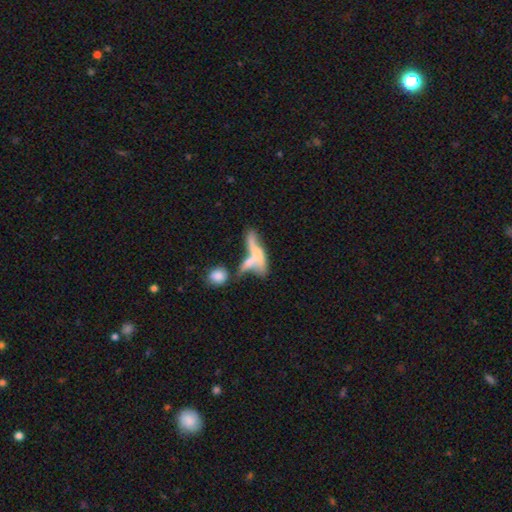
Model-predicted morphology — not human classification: type=featured or disk (47%); merging=merger (54%).